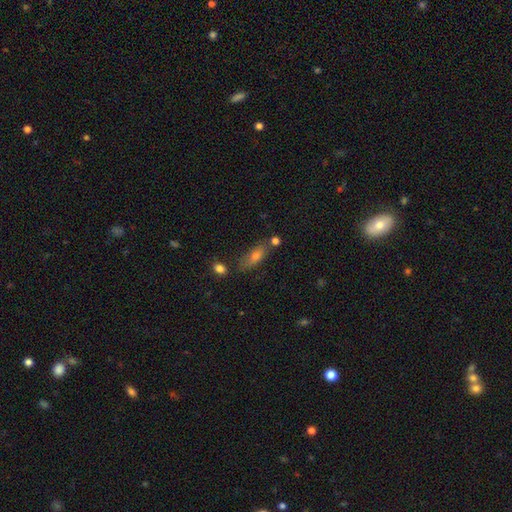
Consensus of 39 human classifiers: Smooth or featured? 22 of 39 (56%) said smooth. How rounded? 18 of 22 (82%) said in between. Merging? 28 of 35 (80%) said none.